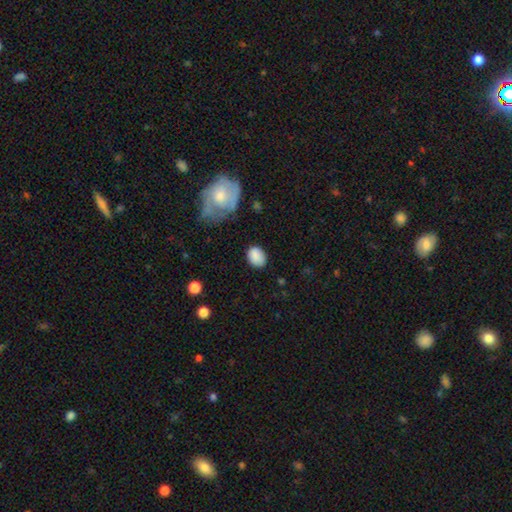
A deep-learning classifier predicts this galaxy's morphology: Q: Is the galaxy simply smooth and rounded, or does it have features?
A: smooth — 86%.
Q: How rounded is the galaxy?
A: in between — 61%.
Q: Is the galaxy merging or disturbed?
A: none — 78%.